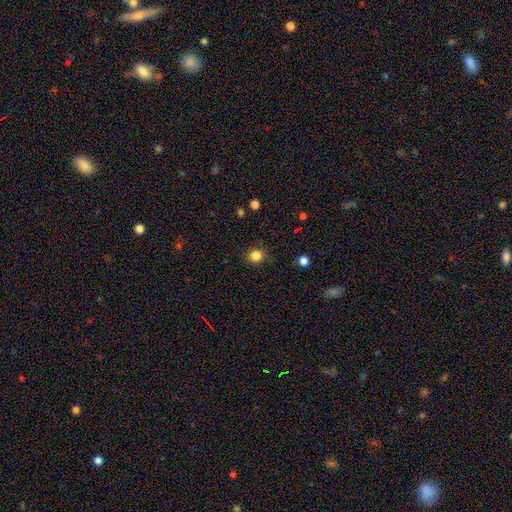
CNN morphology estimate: Overall: smooth (84%). How rounded: round (88%). Merging: none (88%).